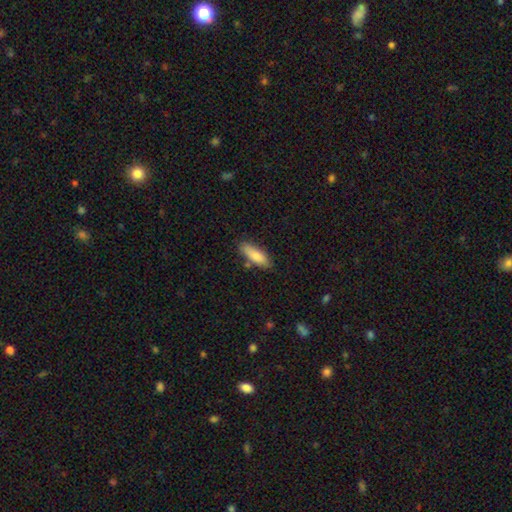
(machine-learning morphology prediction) smooth_or_featured: smooth (p=0.83) [alt: featured or disk p=0.11]
how_rounded: in between (p=0.58) [alt: cigar-shaped p=0.41]
merging: none (p=0.77) [alt: minor disturbance p=0.16]